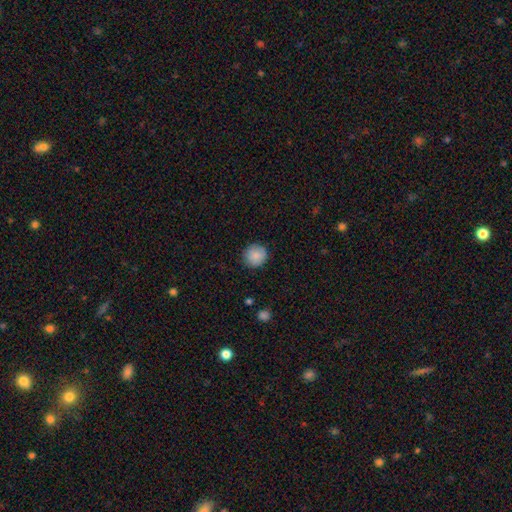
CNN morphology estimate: This appears to be a smooth galaxy with no disk features (87%) that is round (93%). Merging: none (89%).